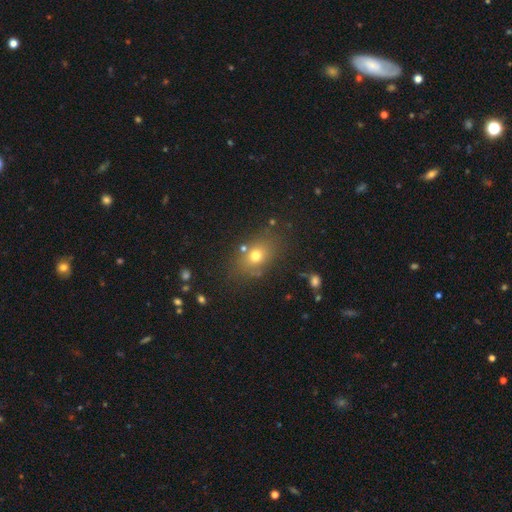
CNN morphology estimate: The model was most divided on "how rounded": in between: 64%, round: 34%, cigar-shaped: 2%. More confident: merging — none (78%); smooth or featured — smooth (71%).